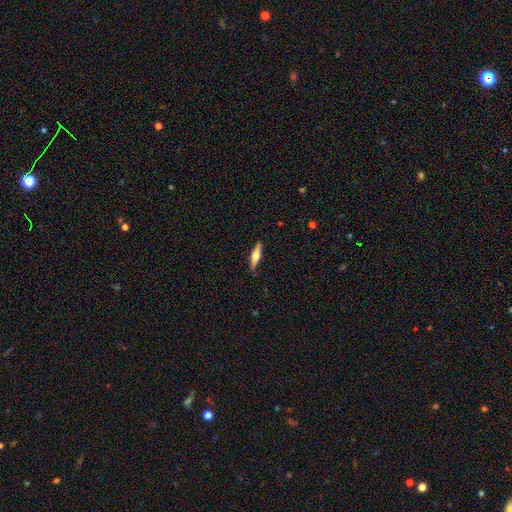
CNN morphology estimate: Smooth or featured? featured or disk (48%)
Merging? none (87%)